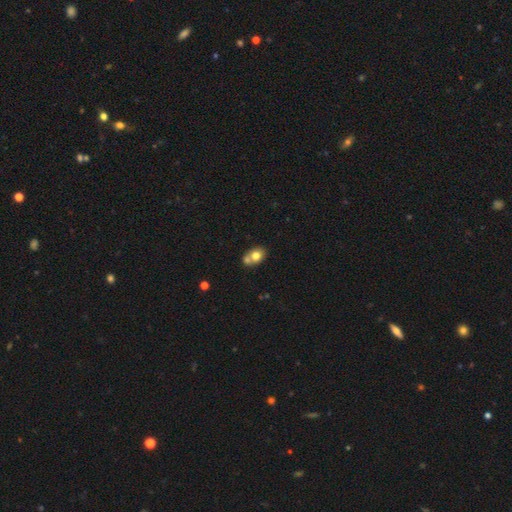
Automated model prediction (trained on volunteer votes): Morphology: type=smooth (73%); roundness=in between (57%); merging=merger (46%).